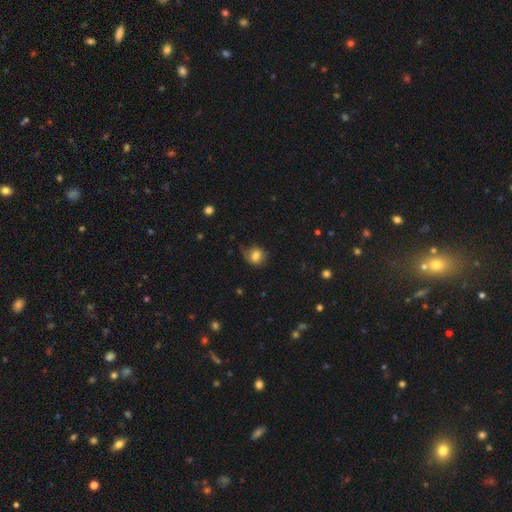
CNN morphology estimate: type=smooth (78%); roundness=round (74%); merging=none (57%).